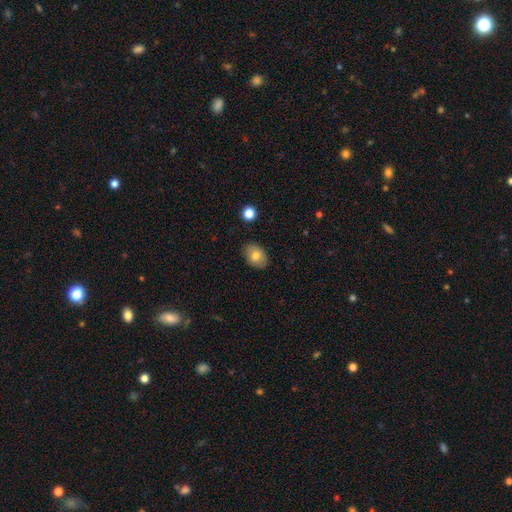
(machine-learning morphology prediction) Q: Smooth or featured?
A: smooth (79%); runner-up: featured or disk (13%)
Q: How rounded?
A: in between (78%); runner-up: round (21%)
Q: Merging?
A: none (86%); runner-up: minor disturbance (10%)